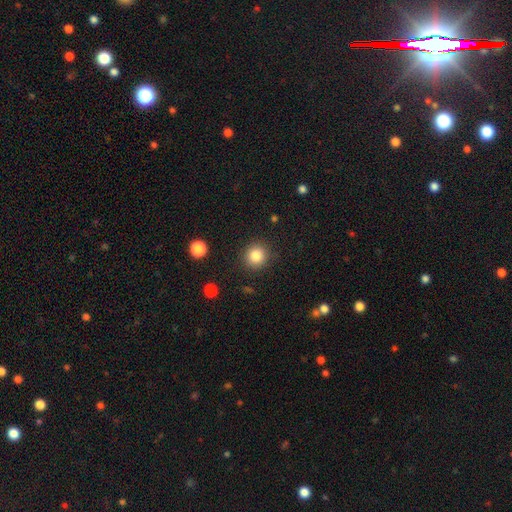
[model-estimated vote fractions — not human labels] Smooth or featured?
  - smooth: 84% *
  - star or artifact: 10%
  - featured or disk: 6%
How rounded?
  - round: 91% *
  - in between: 8%
  - cigar-shaped: 1%
Merging?
  - none: 88% *
  - minor disturbance: 7%
  - major disturbance: 3%
  - merger: 2%